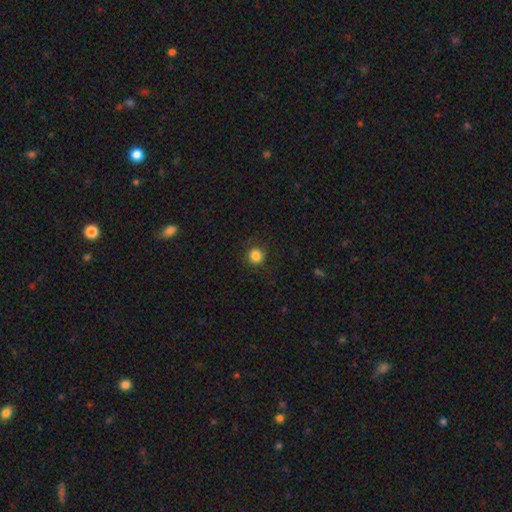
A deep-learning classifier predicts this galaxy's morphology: Smooth or featured: smooth — 84% (star or artifact — 12%)
How rounded: round — 93% (in between — 6%)
Merging: none — 88% (minor disturbance — 8%)